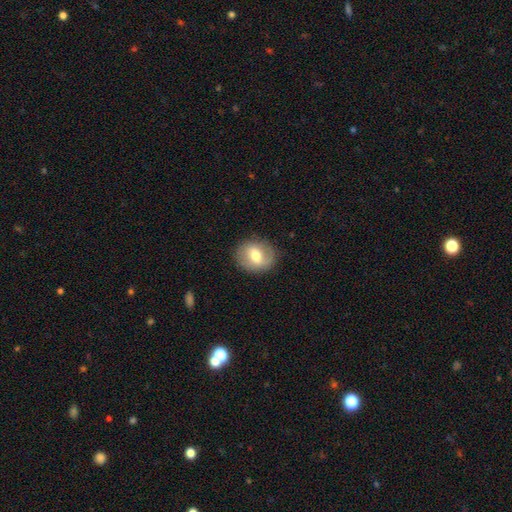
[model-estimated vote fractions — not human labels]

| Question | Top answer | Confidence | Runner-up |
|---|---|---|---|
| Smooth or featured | smooth | 54% | featured or disk (38%) |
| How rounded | round | 68% | in between (31%) |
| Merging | none | 84% | minor disturbance (11%) |